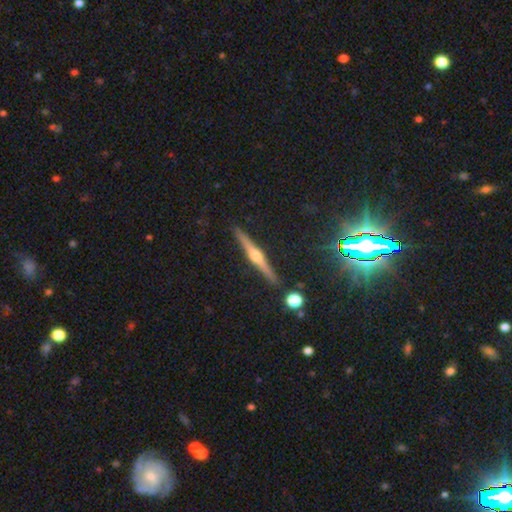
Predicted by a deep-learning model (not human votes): Smooth or featured?
  - featured or disk: 76% *
  - smooth: 16%
  - star or artifact: 8%
Edge-on disk?
  - yes: 98% *
  - no: 2%
Edge-on bulge?
  - rounded: 93% *
  - none: 4%
  - boxy: 3%
Merging?
  - none: 91% *
  - minor disturbance: 6%
  - merger: 2%
  - major disturbance: 1%